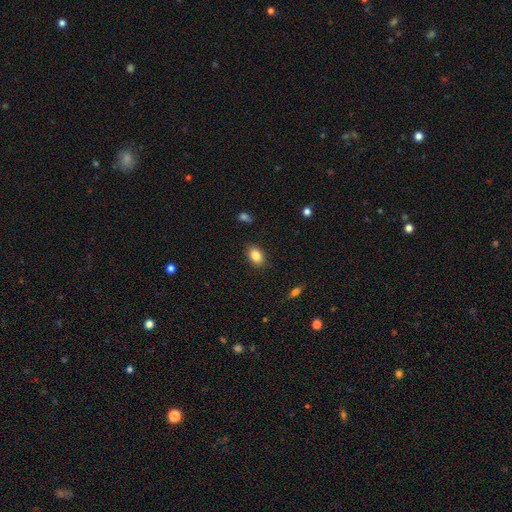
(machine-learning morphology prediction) Overall: smooth (85%). How rounded: in between (85%). Merging: none (86%).